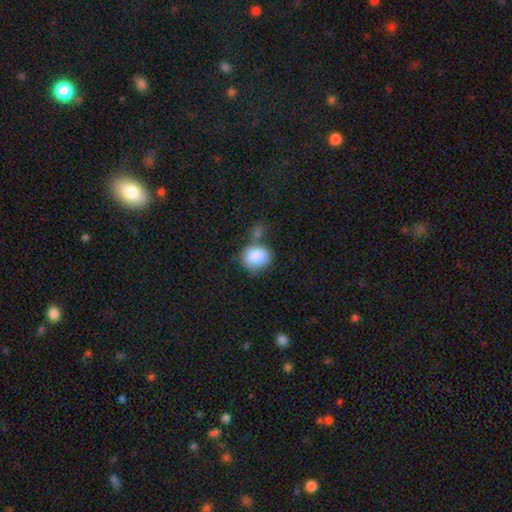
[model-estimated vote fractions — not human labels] This appears to be a smooth galaxy with no disk features (84%) that is round (68%). Merging: none (53%).